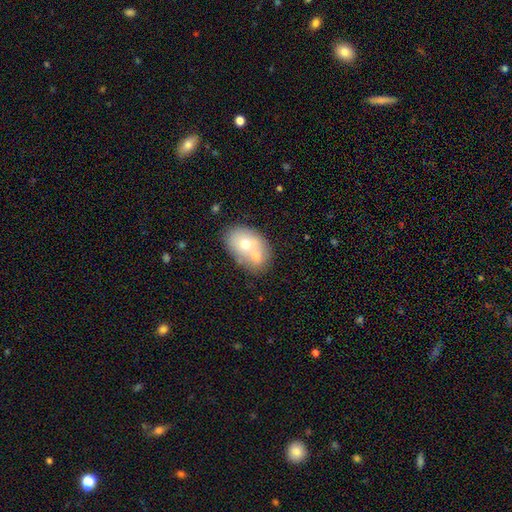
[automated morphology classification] Smooth or featured?
  - smooth: 62% *
  - featured or disk: 29%
  - star or artifact: 9%
How rounded?
  - in between: 73% *
  - round: 26%
  - cigar-shaped: 1%
Merging?
  - merger: 43% *
  - none: 38%
  - minor disturbance: 14%
  - major disturbance: 5%